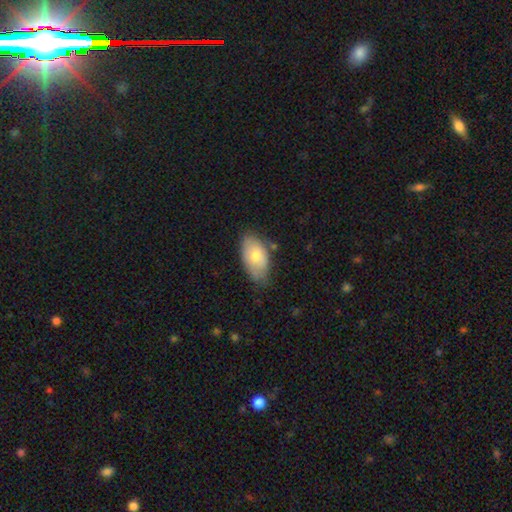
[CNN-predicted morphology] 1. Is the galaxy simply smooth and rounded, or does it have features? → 70% smooth, 24% featured or disk, 6% star or artifact.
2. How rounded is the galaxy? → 94% in between, 4% round, 2% cigar-shaped.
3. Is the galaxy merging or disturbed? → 57% none, 33% minor disturbance, 7% major disturbance, 3% merger.